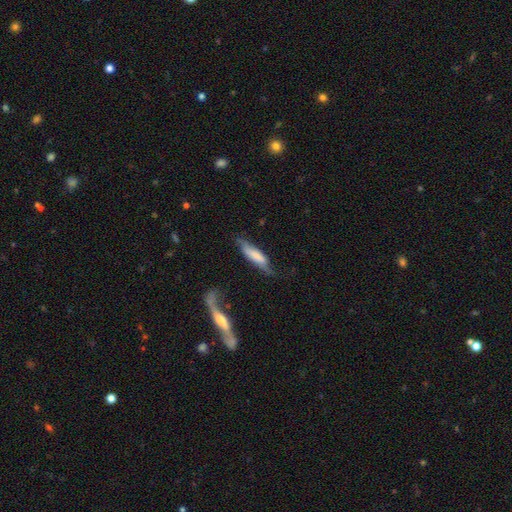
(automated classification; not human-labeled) This is likely a smooth galaxy (62%). How rounded: likely cigar-shaped (70%). Merging: possibly none (49%).